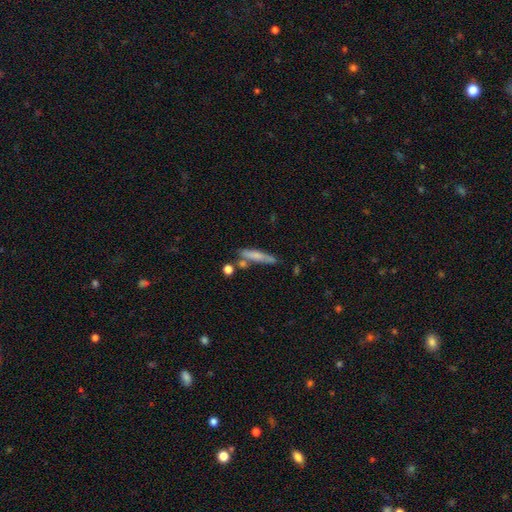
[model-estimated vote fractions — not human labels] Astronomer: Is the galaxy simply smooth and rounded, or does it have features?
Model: smooth — 64%.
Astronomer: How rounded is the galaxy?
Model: cigar-shaped — 88%.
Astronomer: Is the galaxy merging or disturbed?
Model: none — 68%.